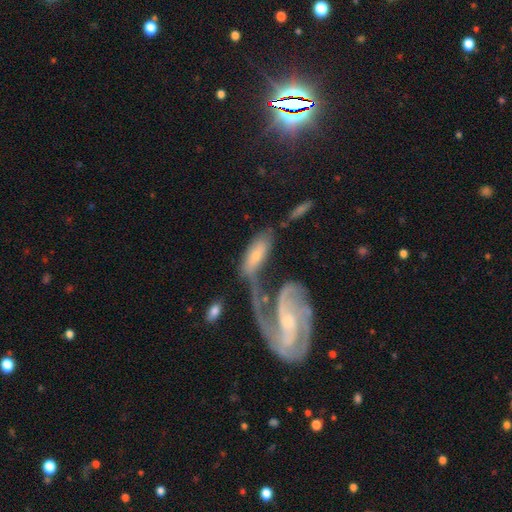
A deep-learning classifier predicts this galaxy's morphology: A smooth galaxy with no disk features (49%). Merging: merger (46%).